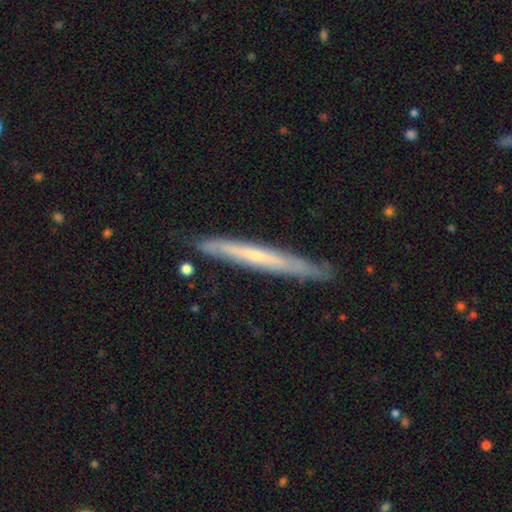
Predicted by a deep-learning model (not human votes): Smooth or featured? Predicted: featured or disk (p=0.59). Edge-on disk? Predicted: yes (p=0.92). Edge-on bulge? Predicted: none (p=0.64). Merging? Predicted: none (p=0.83).